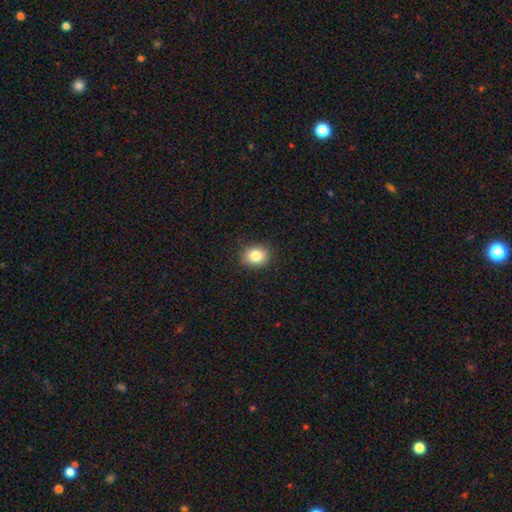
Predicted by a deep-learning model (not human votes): smooth 83%, star or artifact 10%, featured or disk 6%. Down the decision tree: how rounded — round (62%); merging — none (88%).